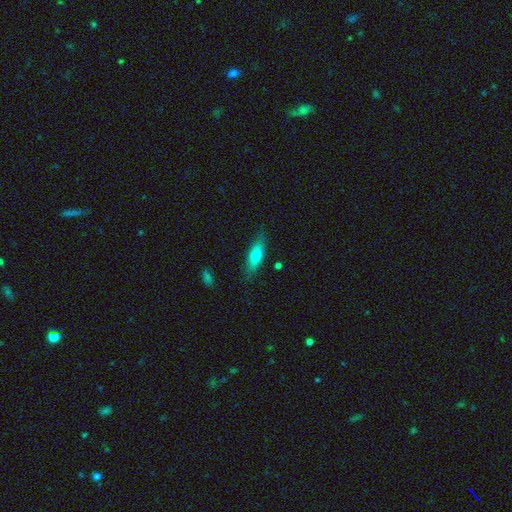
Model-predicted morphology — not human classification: smooth-or-featured: smooth: 70% | featured or disk: 24% | star or artifact: 7%
  how-rounded: in between: 53% | cigar-shaped: 45% | round: 3%
  merging: none: 80% | minor disturbance: 15% | major disturbance: 3% | merger: 2%